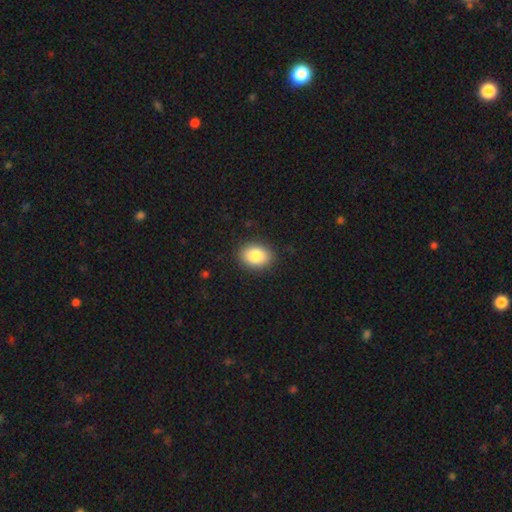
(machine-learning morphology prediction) A smooth galaxy with no disk features (85%) that is in between round and cigar-shaped (65%).

Vote fractions:
- Smooth or featured? smooth: 85% / star or artifact: 8% / featured or disk: 7%
- How rounded? in between: 65% / round: 34% / cigar-shaped: 1%
- Merging? none: 88% / minor disturbance: 9% / major disturbance: 2% / merger: 1%